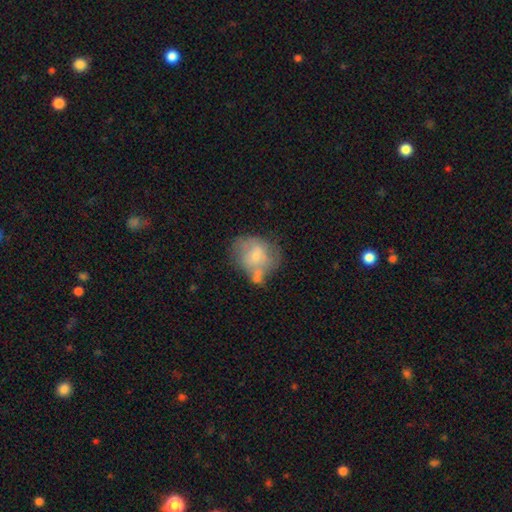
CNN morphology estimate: Smooth or featured?
  - smooth: 53% *
  - featured or disk: 39%
  - star or artifact: 8%
How rounded?
  - round: 62% *
  - in between: 37%
  - cigar-shaped: 1%
Merging?
  - none: 35% *
  - minor disturbance: 26%
  - merger: 22%
  - major disturbance: 18%